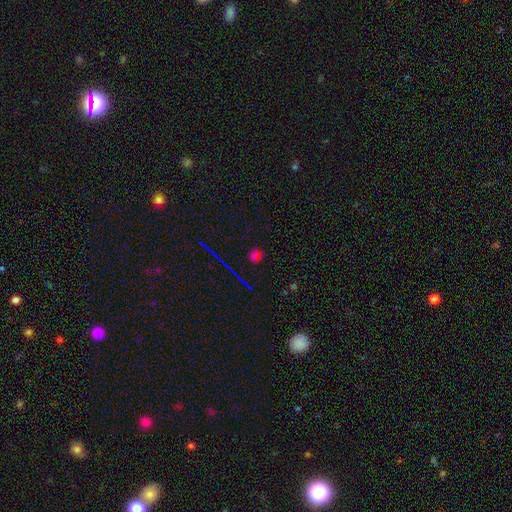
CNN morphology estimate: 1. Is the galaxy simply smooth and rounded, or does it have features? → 50% star or artifact, 41% smooth, 10% featured or disk.